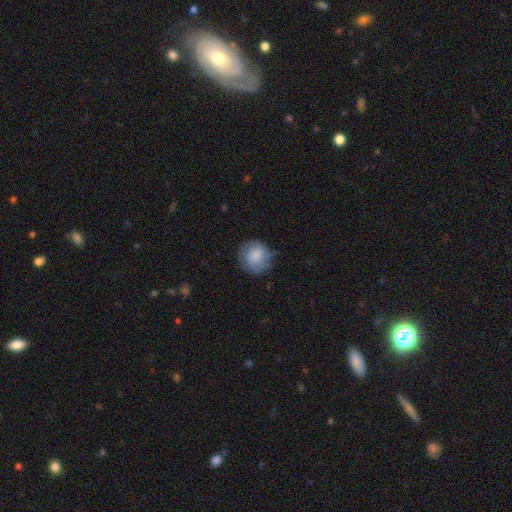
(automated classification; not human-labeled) smooth_or_featured: smooth (p=0.71) [alt: featured or disk p=0.22]
how_rounded: round (p=0.87) [alt: in between p=0.12]
merging: none (p=0.71) [alt: minor disturbance p=0.21]